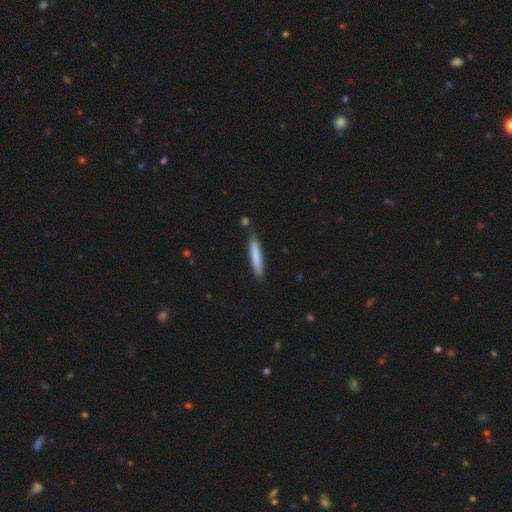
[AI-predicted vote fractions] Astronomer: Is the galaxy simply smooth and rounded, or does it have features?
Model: smooth — 78%.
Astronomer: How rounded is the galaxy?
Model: cigar-shaped — 92%.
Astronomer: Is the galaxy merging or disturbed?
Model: none — 84%.